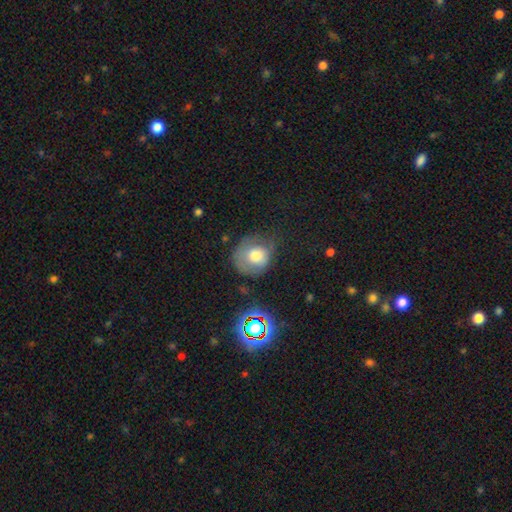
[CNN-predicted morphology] A smooth galaxy with no disk features (68%) that is round (78%).

Vote fractions:
- Smooth or featured? smooth: 68% / featured or disk: 21% / star or artifact: 11%
- How rounded? round: 78% / in between: 21% / cigar-shaped: 1%
- Merging? none: 46% / minor disturbance: 29% / major disturbance: 21% / merger: 3%